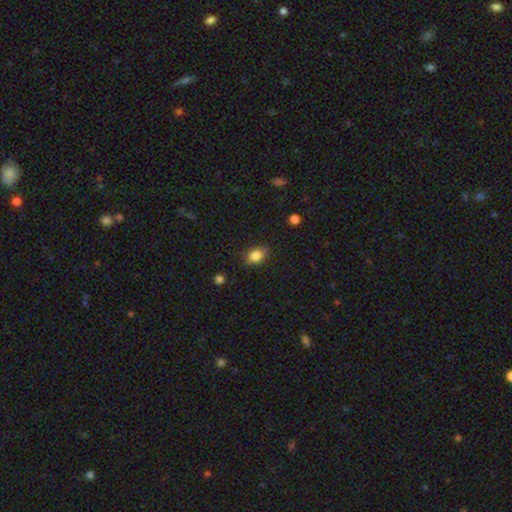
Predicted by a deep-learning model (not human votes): Smooth or featured: smooth — 83% (star or artifact — 9%)
How rounded: in between — 79% (round — 19%)
Merging: none — 81% (minor disturbance — 15%)